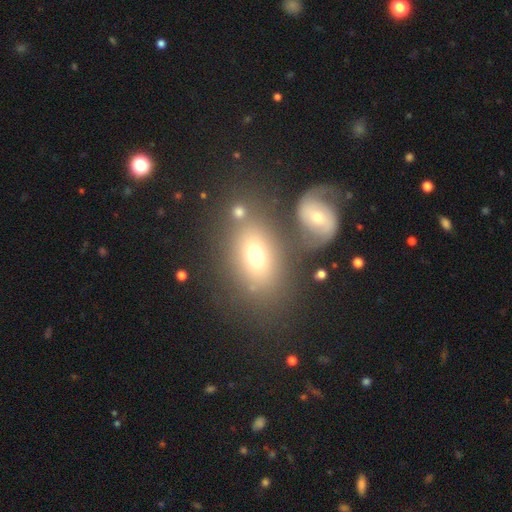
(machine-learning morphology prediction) This is likely a smooth galaxy (65%). How rounded: likely in between (76%). Merging: possibly none (59%).